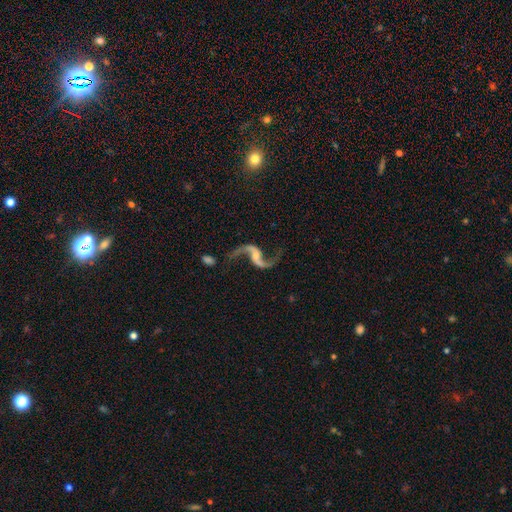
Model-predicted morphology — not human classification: smooth_or_featured: featured or disk (p=0.92) [alt: star or artifact p=0.05]
disk_edge_on: no (p=0.97) [alt: yes p=0.03]
bar: no (p=0.46) [alt: weak p=0.37]
has_spiral_arms: yes (p=0.97) [alt: no p=0.03]
spiral_winding: loose (p=0.92) [alt: medium p=0.06]
spiral_arm_count: 2 (p=0.94) [alt: 1 p=0.02]
bulge_size: small (p=0.51) [alt: moderate p=0.34]
merging: none (p=0.74) [alt: minor disturbance p=0.13]